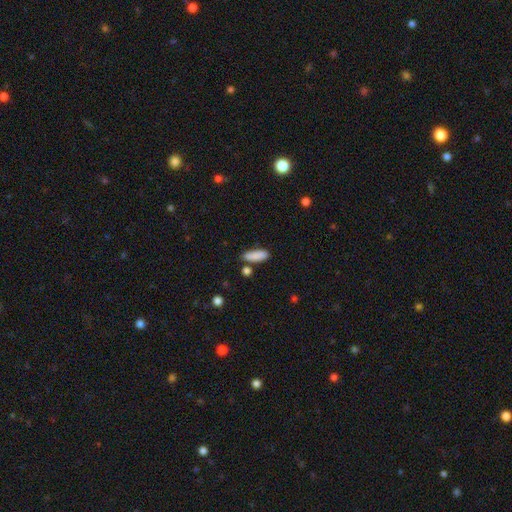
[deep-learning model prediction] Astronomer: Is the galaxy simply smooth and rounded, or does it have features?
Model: smooth — 87%.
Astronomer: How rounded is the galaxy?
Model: in between — 58% (runner-up: cigar-shaped, 40%).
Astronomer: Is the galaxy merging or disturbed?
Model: none — 72%.